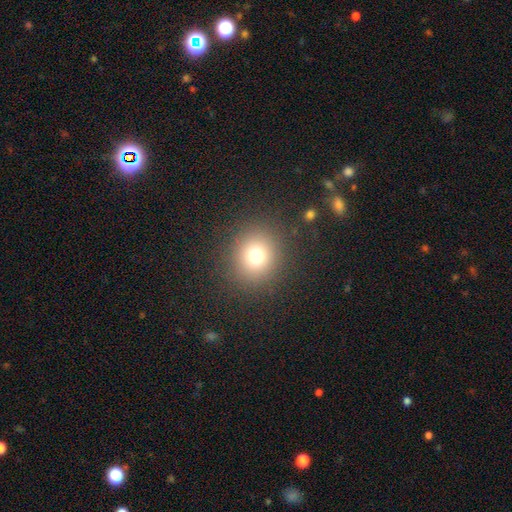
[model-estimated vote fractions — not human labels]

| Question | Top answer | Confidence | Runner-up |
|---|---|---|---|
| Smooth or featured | smooth | 73% | star or artifact (17%) |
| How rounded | round | 84% | in between (15%) |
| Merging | none | 88% | minor disturbance (7%) |